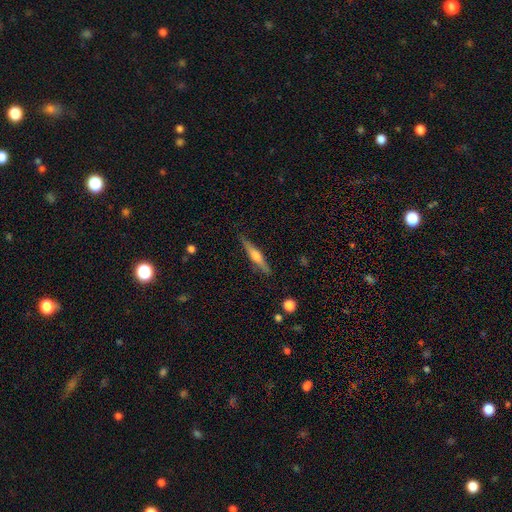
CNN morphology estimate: smooth_or_featured: featured or disk (p=0.62) [alt: smooth p=0.32]
disk_edge_on: yes (p=0.97) [alt: no p=0.03]
edge_on_bulge: rounded (p=0.87) [alt: boxy p=0.07]
merging: none (p=0.87) [alt: minor disturbance p=0.09]